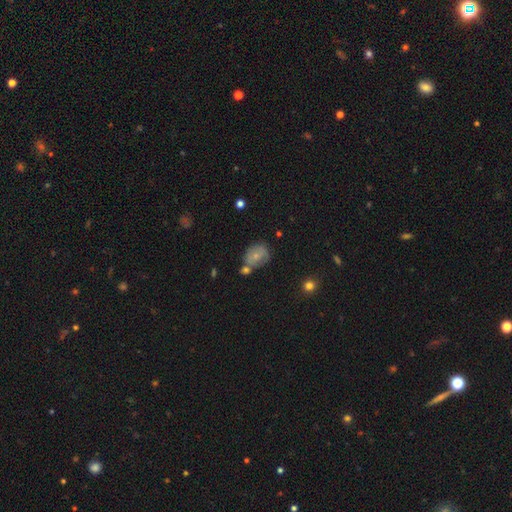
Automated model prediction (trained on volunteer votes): smooth-or-featured: smooth: 59% | featured or disk: 30% | star or artifact: 11%
  how-rounded: in between: 54% | round: 45% | cigar-shaped: 1%
  merging: none: 48% | minor disturbance: 23% | merger: 20% | major disturbance: 8%